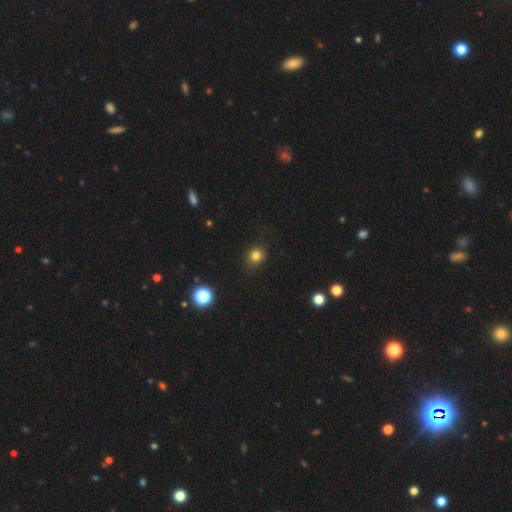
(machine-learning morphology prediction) Smooth or featured?
  - smooth: 79% *
  - star or artifact: 15%
  - featured or disk: 6%
How rounded?
  - round: 81% *
  - in between: 18%
  - cigar-shaped: 1%
Merging?
  - none: 83% *
  - minor disturbance: 12%
  - major disturbance: 4%
  - merger: 1%